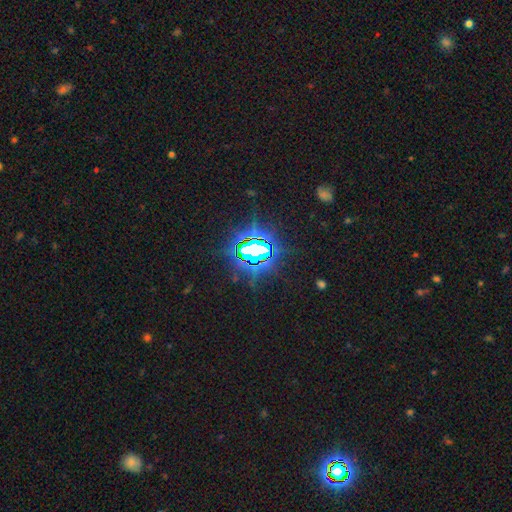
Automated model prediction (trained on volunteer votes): Smooth or featured? Predicted: star or artifact (p=0.84).